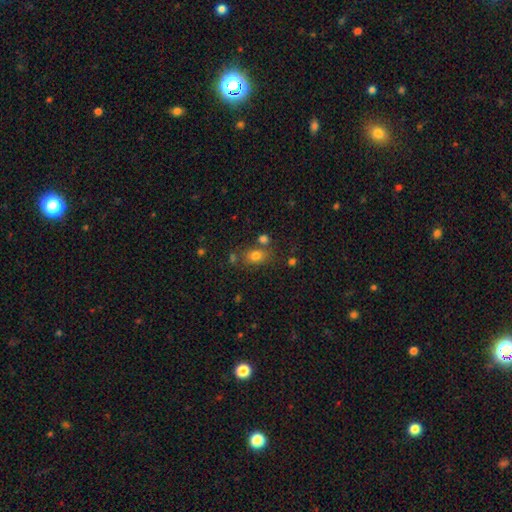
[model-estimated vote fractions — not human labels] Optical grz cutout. It shows a smooth galaxy with no disk features (77%) that is in between round and cigar-shaped (64%). Merging: none (66%).